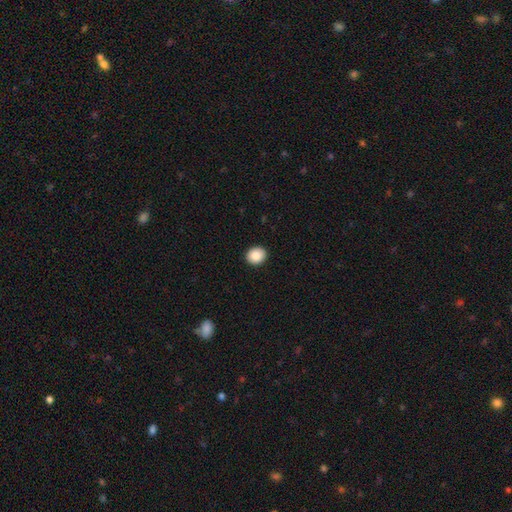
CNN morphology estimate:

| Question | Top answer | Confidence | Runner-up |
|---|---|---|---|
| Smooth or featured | smooth | 86% | star or artifact (8%) |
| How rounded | round | 75% | in between (24%) |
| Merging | none | 93% | minor disturbance (5%) |